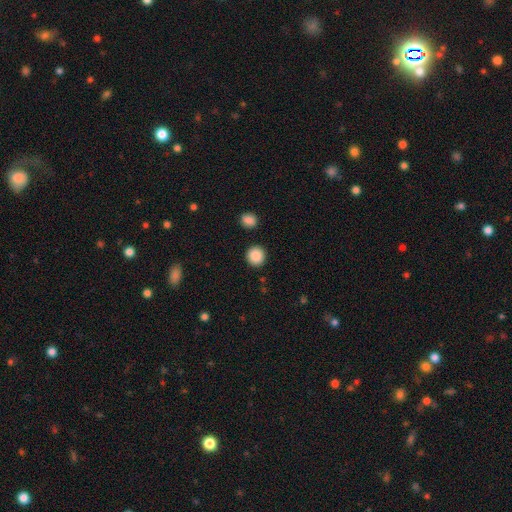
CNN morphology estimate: Smooth or featured: smooth — 89% (star or artifact — 8%)
How rounded: round — 93% (in between — 6%)
Merging: none — 90% (minor disturbance — 5%)